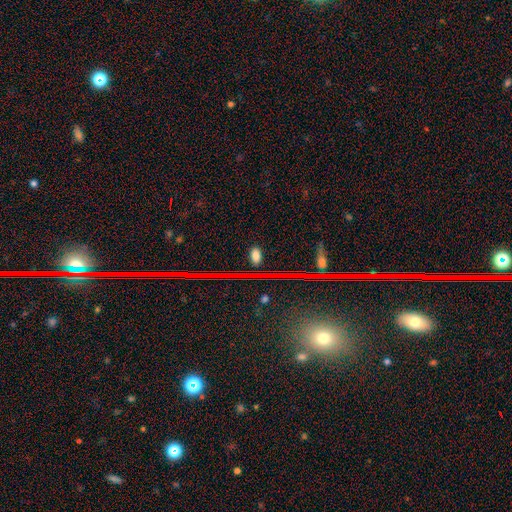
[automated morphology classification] A smooth galaxy with no disk features (71%) that is in between round and cigar-shaped (85%).

Vote fractions:
- Smooth or featured? smooth: 71% / star or artifact: 21% / featured or disk: 8%
- How rounded? in between: 85% / round: 11% / cigar-shaped: 4%
- Merging? none: 85% / minor disturbance: 10% / major disturbance: 3% / merger: 2%